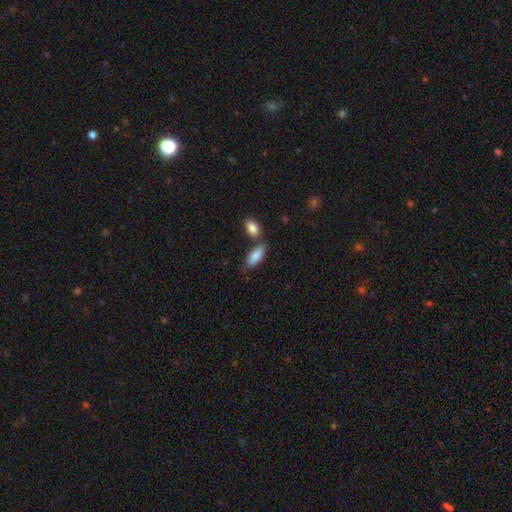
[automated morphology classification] Smooth or featured: smooth — 86% (featured or disk — 8%)
How rounded: in between — 78% (cigar-shaped — 20%)
Merging: none — 60% (merger — 22%)